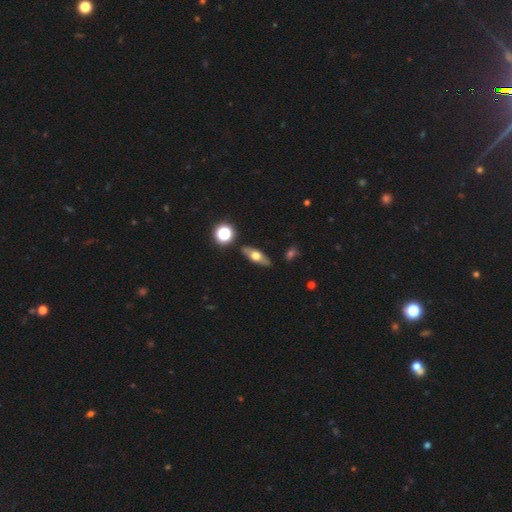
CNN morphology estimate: The model was most divided on "smooth or featured": smooth: 51%, featured or disk: 41%, star or artifact: 9%. More confident: merging — none (86%); how rounded — in between (63%).